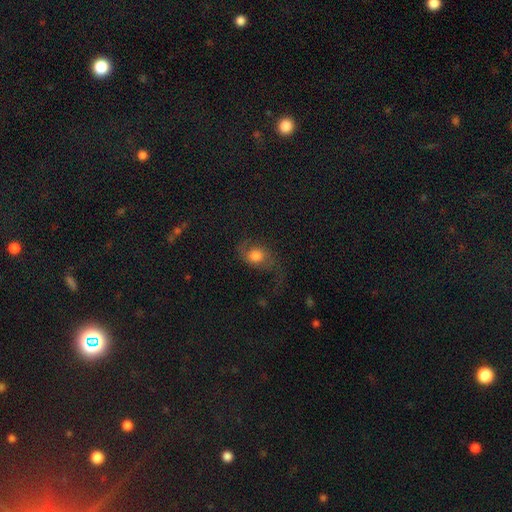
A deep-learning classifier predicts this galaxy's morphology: This appears to be a featured or disk galaxy (48%). Merging: none (46%).